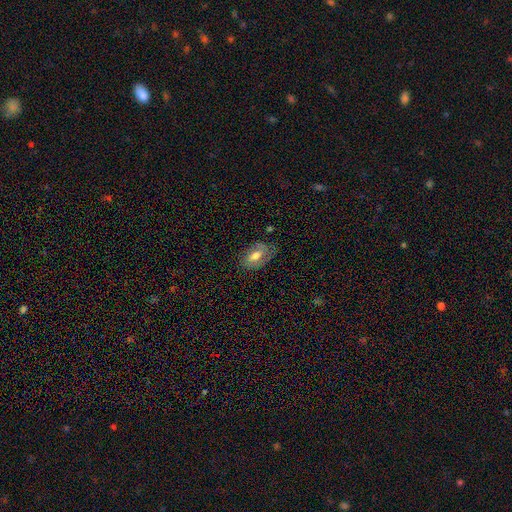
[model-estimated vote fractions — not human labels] A smooth galaxy with no disk features (55%) that is in between round and cigar-shaped (89%). Merging: none (66%).